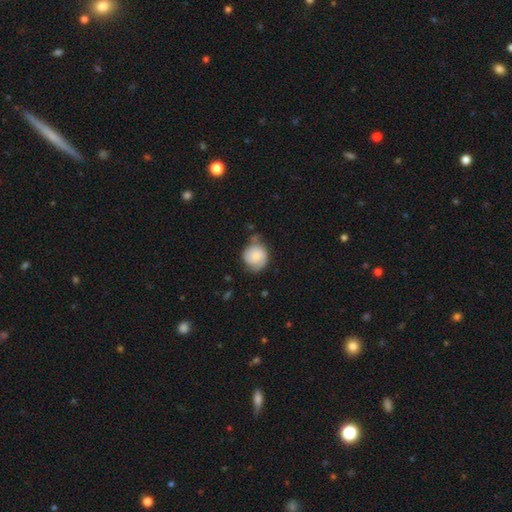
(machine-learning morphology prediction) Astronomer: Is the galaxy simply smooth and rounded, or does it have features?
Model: smooth — 70%.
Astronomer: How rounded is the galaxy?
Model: round — 84%.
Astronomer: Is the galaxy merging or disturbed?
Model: none — 57%.